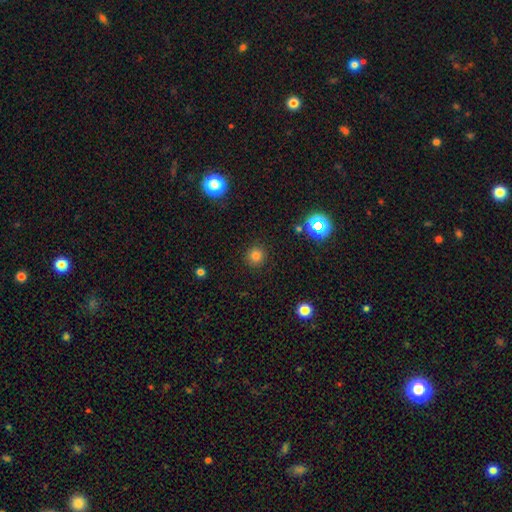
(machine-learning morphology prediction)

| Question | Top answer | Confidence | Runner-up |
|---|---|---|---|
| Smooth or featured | smooth | 78% | star or artifact (17%) |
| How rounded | round | 93% | in between (6%) |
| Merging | none | 90% | minor disturbance (6%) |